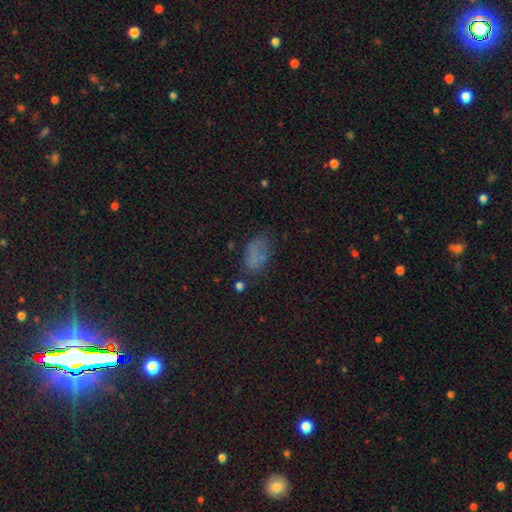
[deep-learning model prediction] smooth-or-featured: smooth: 63% | star or artifact: 19% | featured or disk: 18%
  how-rounded: in between: 90% | round: 7% | cigar-shaped: 4%
  merging: none: 54% | minor disturbance: 24% | major disturbance: 15% | merger: 7%